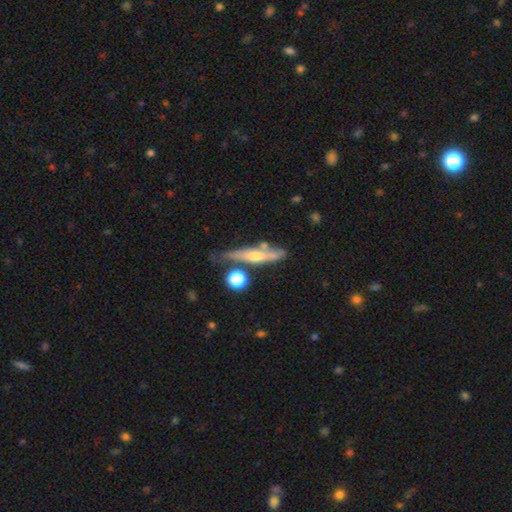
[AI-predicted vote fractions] A featured or disk galaxy (59%) viewed edge-on (85%) with a rounded central bulge (77%).

Vote fractions:
- Smooth or featured? featured or disk: 59% / smooth: 33% / star or artifact: 8%
- Edge-on disk? yes: 85% / no: 15%
- Edge-on bulge? rounded: 77% / none: 17% / boxy: 6%
- Merging? none: 59% / minor disturbance: 21% / merger: 12% / major disturbance: 8%